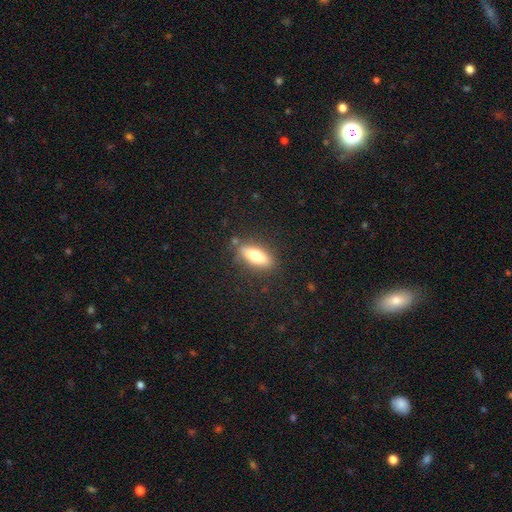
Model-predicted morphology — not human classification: This appears to be a smooth galaxy with no disk features (66%) that is in between round and cigar-shaped (58%). Merging: none (82%).